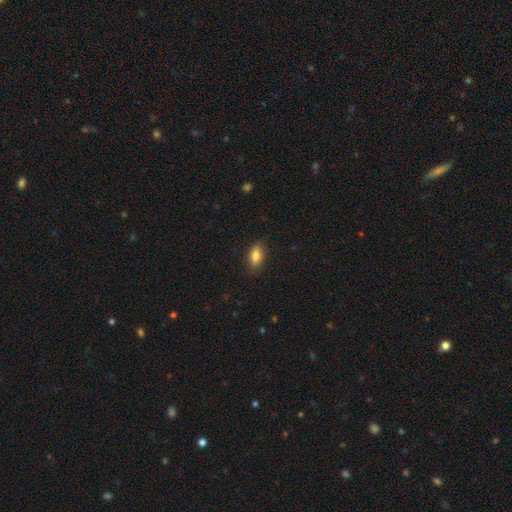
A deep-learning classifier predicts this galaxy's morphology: Q: Smooth or featured?
A: smooth (83%); runner-up: featured or disk (10%)
Q: How rounded?
A: in between (83%); runner-up: cigar-shaped (14%)
Q: Merging?
A: none (83%); runner-up: minor disturbance (13%)